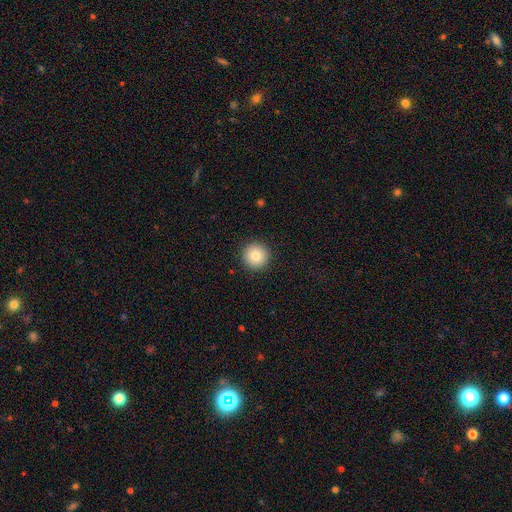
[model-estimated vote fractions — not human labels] Smooth or featured? Predicted: smooth (p=0.83). How rounded? Predicted: round (p=0.96). Merging? Predicted: none (p=0.93).